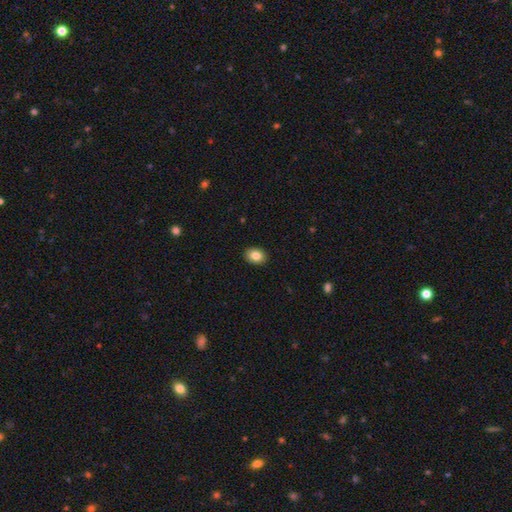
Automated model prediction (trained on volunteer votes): Smooth or featured? Predicted: smooth (p=0.85). How rounded? Predicted: in between (p=0.62). Merging? Predicted: none (p=0.91).